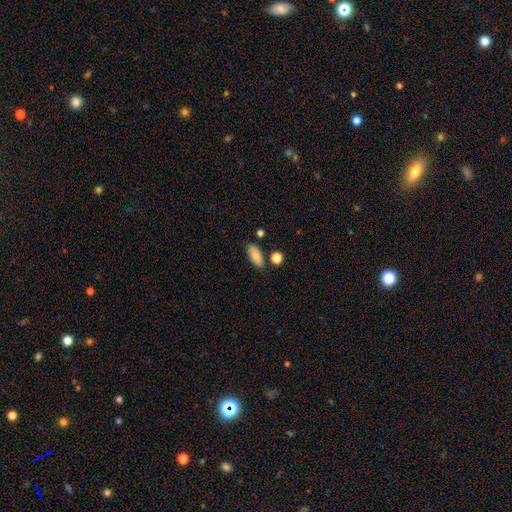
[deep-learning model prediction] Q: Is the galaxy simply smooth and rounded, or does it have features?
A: smooth — 83%.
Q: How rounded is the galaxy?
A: in between — 86%.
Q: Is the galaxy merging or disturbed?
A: none — 80%.